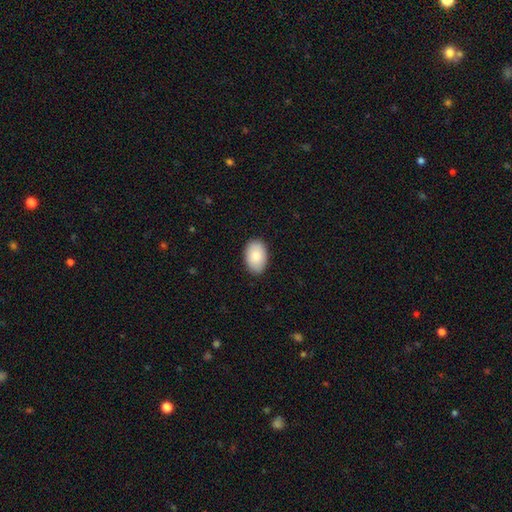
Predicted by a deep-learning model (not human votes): Smooth or featured: smooth — 87% (featured or disk — 7%)
How rounded: in between — 91% (round — 8%)
Merging: none — 88% (minor disturbance — 9%)